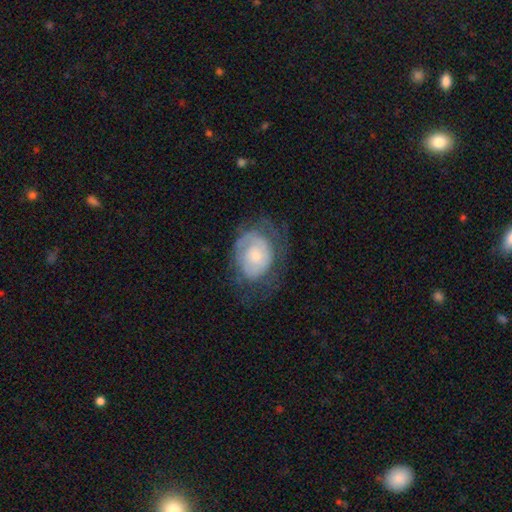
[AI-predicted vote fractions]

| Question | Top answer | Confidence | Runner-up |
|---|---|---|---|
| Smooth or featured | featured or disk | 59% | smooth (34%) |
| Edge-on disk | no | 97% | yes (3%) |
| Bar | no | 80% | weak (17%) |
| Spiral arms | yes | 70% | no (30%) |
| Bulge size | small | 50% | moderate (37%) |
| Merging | none | 53% | minor disturbance (24%) |